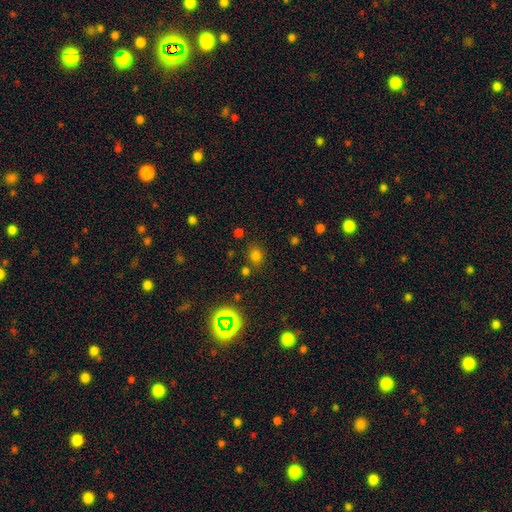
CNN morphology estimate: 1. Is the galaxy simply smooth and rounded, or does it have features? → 68% smooth, 26% star or artifact, 6% featured or disk.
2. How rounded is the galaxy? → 65% round, 34% in between, 1% cigar-shaped.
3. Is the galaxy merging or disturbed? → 76% none, 12% minor disturbance, 7% merger, 4% major disturbance.